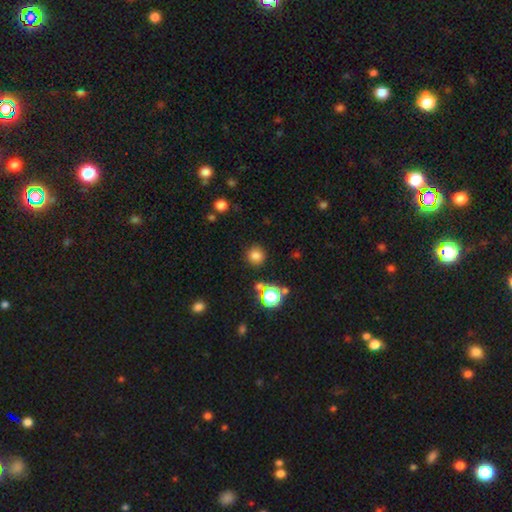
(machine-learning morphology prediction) smooth_or_featured: smooth (p=0.79) [alt: star or artifact p=0.16]
how_rounded: round (p=0.94) [alt: in between p=0.05]
merging: none (p=0.86) [alt: minor disturbance p=0.07]